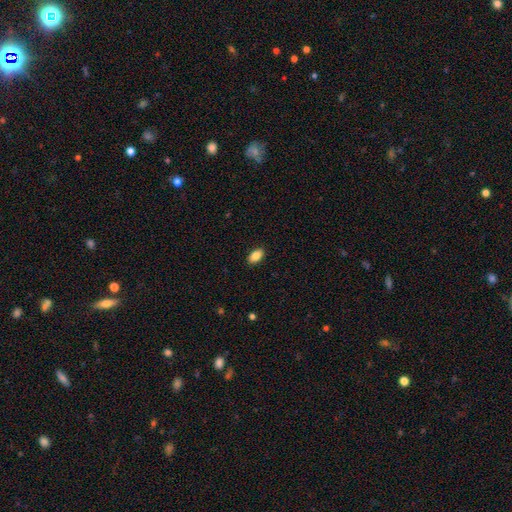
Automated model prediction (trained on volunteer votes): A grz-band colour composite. It shows a smooth galaxy with no disk features (86%) that is in between round and cigar-shaped (93%). Merging: none (90%).